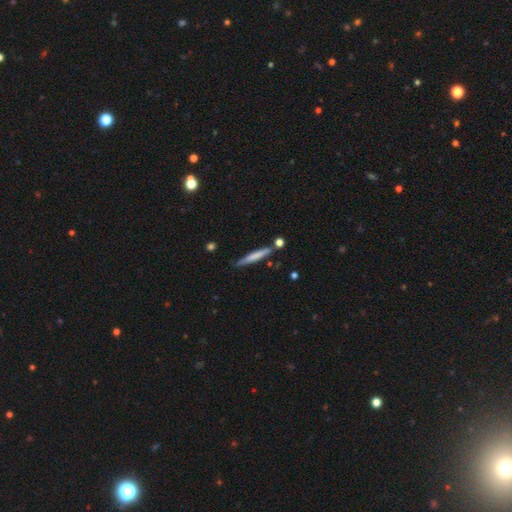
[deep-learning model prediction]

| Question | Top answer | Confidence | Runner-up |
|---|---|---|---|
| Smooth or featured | smooth | 65% | featured or disk (29%) |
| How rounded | cigar-shaped | 95% | in between (4%) |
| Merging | none | 78% | minor disturbance (14%) |